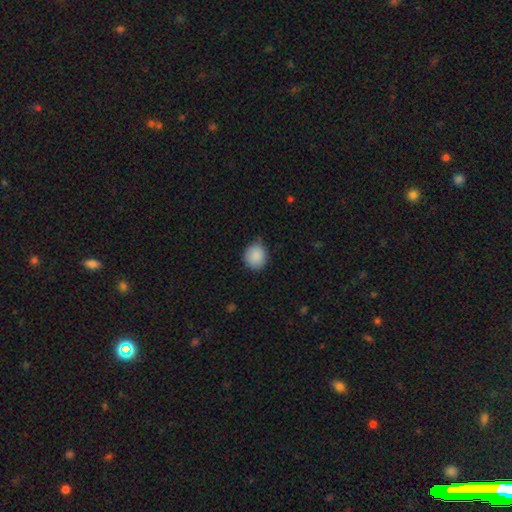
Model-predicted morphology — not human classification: Smooth or featured: smooth — 89% (star or artifact — 8%)
How rounded: round — 80% (in between — 19%)
Merging: none — 76% (minor disturbance — 19%)